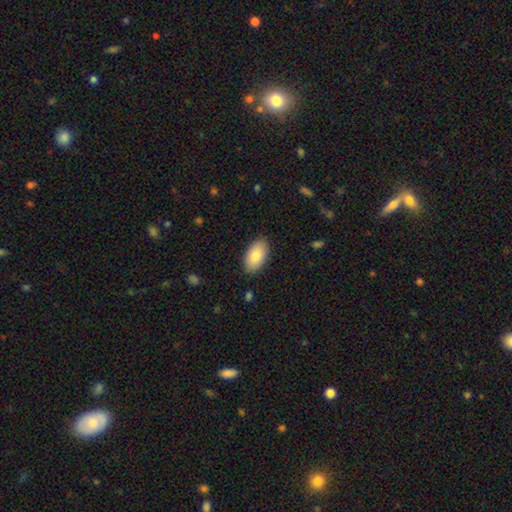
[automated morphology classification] smooth 84%, featured or disk 10%, star or artifact 6%. Down the decision tree: how rounded — in between (95%); merging — none (87%).